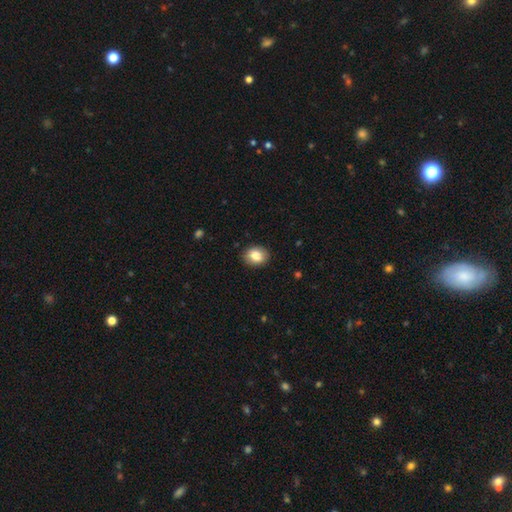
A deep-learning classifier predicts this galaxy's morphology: smooth 83%, featured or disk 9%, star or artifact 8%. Down the decision tree: how rounded — in between (51%); merging — none (90%).